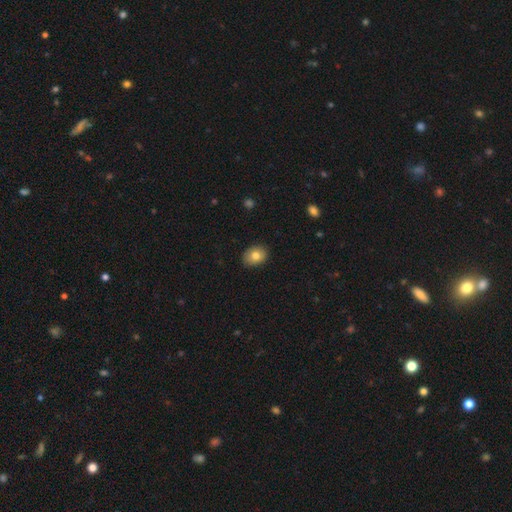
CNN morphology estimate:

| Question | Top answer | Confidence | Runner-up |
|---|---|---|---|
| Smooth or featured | smooth | 79% | featured or disk (13%) |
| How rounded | in between | 66% | round (33%) |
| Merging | none | 86% | minor disturbance (11%) |